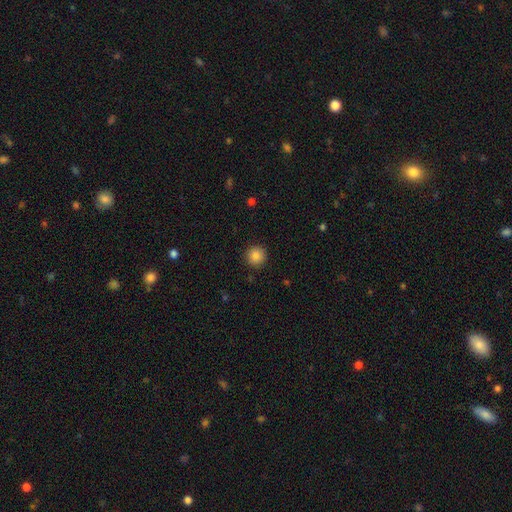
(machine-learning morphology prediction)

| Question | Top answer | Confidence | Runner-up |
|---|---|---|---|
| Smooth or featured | smooth | 85% | star or artifact (10%) |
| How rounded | round | 94% | in between (5%) |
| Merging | none | 92% | minor disturbance (5%) |